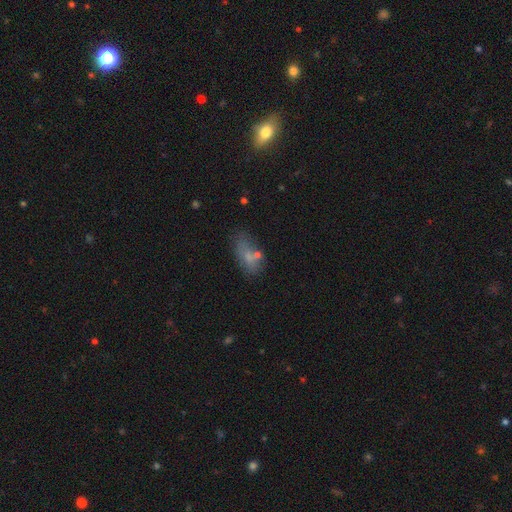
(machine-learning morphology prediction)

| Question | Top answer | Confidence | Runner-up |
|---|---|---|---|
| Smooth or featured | smooth | 59% | featured or disk (24%) |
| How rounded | in between | 81% | cigar-shaped (12%) |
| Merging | none | 51% | minor disturbance (22%) |